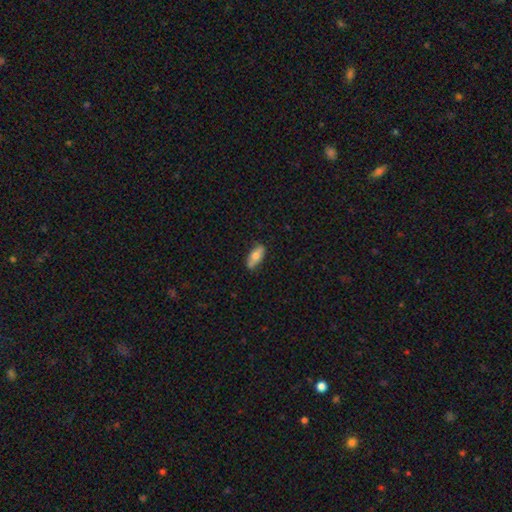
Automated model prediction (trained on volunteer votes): The model was most divided on "smooth or featured": smooth: 67%, featured or disk: 27%, star or artifact: 6%. More confident: merging — none (81%); how rounded — in between (80%).